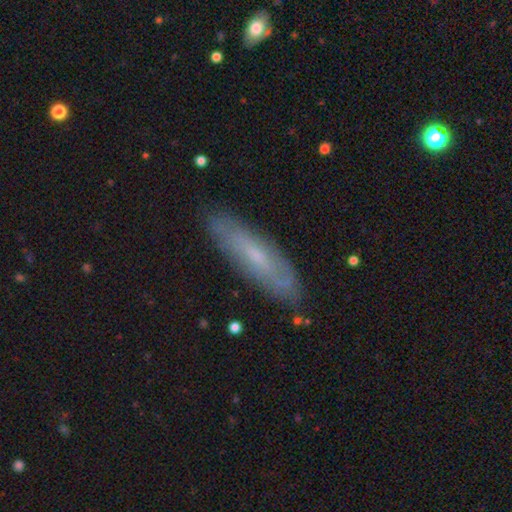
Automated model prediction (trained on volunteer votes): A featured or disk galaxy (52%).

Vote fractions:
- Smooth or featured? featured or disk: 52% / smooth: 40% / star or artifact: 8%
- Edge-on disk? no: 57% / yes: 43%
- Merging? none: 84% / minor disturbance: 12% / major disturbance: 3% / merger: 1%